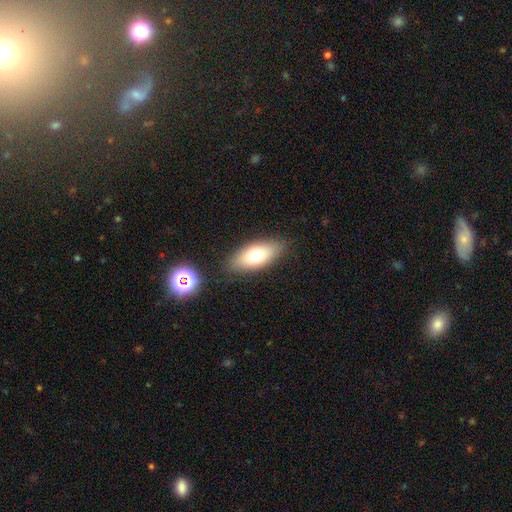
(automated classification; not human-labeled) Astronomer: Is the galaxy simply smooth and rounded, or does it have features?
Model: smooth — 71%.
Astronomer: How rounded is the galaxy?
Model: in between — 83%.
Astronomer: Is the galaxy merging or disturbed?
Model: none — 84%.